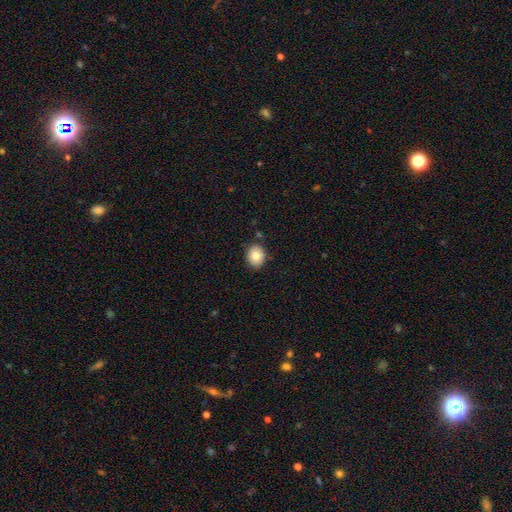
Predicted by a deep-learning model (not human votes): A smooth galaxy with no disk features (81%) that is round (65%). Merging: none (87%).